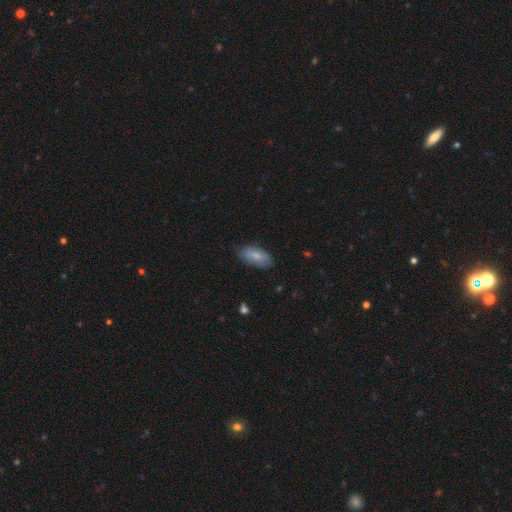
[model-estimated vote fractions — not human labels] smooth_or_featured: smooth (p=0.78) [alt: featured or disk p=0.16]
how_rounded: in between (p=0.90) [alt: cigar-shaped p=0.07]
merging: none (p=0.78) [alt: minor disturbance p=0.17]